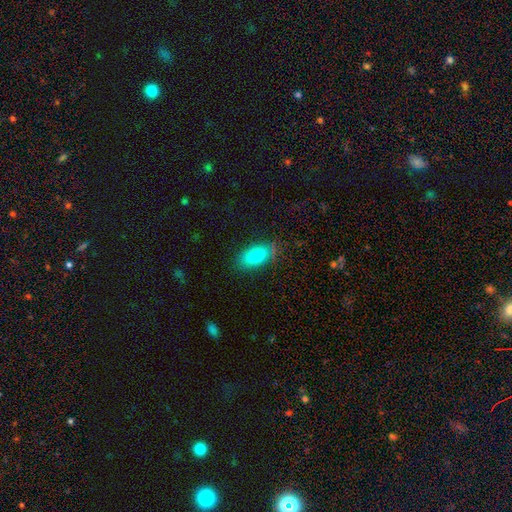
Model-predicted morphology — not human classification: This appears to be a smooth galaxy with no disk features (82%) that is in between round and cigar-shaped (90%). Merging: none (76%).